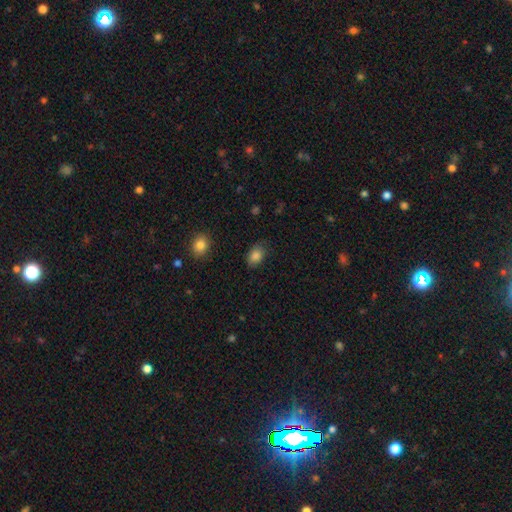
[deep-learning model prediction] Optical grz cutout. It shows a smooth galaxy with no disk features (86%) that is in between round and cigar-shaped (81%). Merging: none (81%).